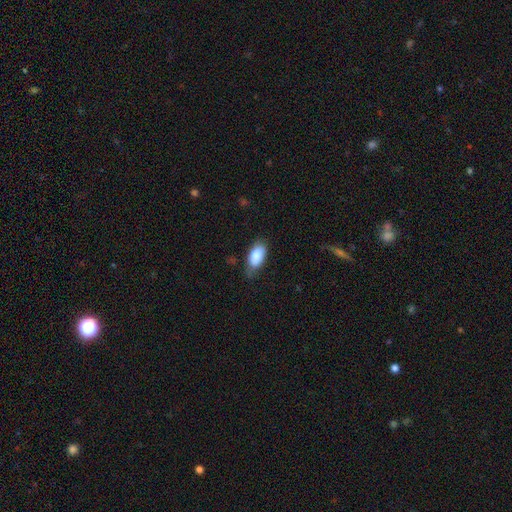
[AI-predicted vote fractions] smooth-or-featured: smooth: 85% | featured or disk: 9% | star or artifact: 7%
  how-rounded: in between: 91% | cigar-shaped: 6% | round: 3%
  merging: none: 65% | minor disturbance: 27% | major disturbance: 6% | merger: 1%